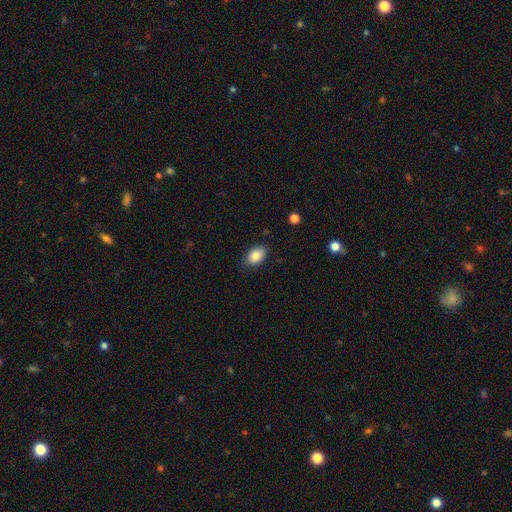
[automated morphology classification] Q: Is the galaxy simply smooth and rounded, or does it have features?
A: smooth — 86%.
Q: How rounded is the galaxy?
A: in between — 88%.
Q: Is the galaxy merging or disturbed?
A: none — 81%.